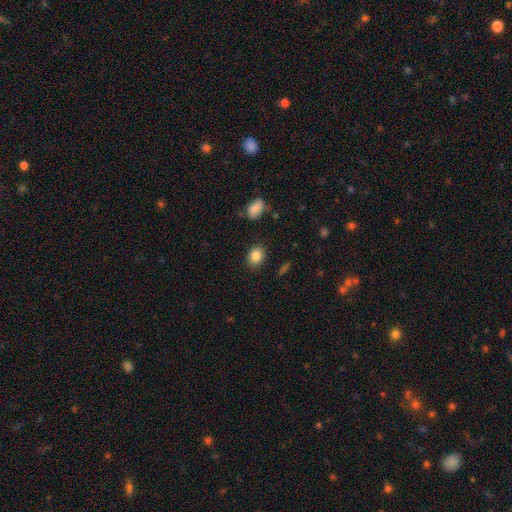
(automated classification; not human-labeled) Q: Smooth or featured?
A: smooth (86%); runner-up: star or artifact (9%)
Q: How rounded?
A: in between (59%); runner-up: round (40%)
Q: Merging?
A: none (86%); runner-up: minor disturbance (9%)